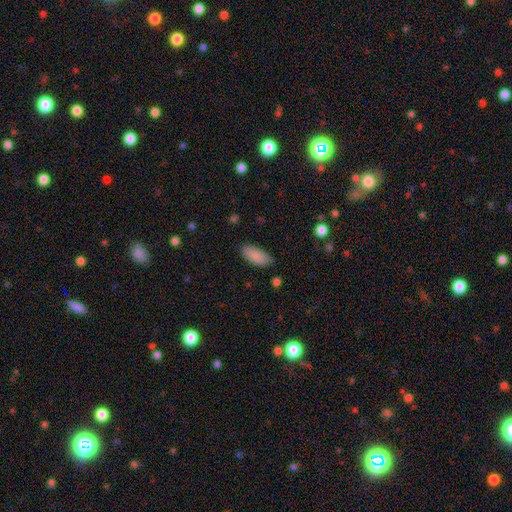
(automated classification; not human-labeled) Smooth or featured: smooth — 88% (star or artifact — 6%)
How rounded: in between — 89% (cigar-shaped — 9%)
Merging: none — 82% (minor disturbance — 14%)